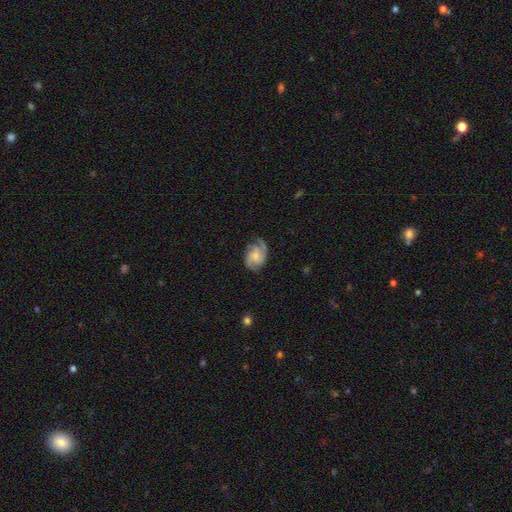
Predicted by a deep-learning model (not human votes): Morphology: type=featured or disk (80%); edge-on=no (98%); bar=no (62%); spiral arms=yes (97%); winding=medium (47%); arm count=3 (43%); bulge=small (39%); merging=none (72%).